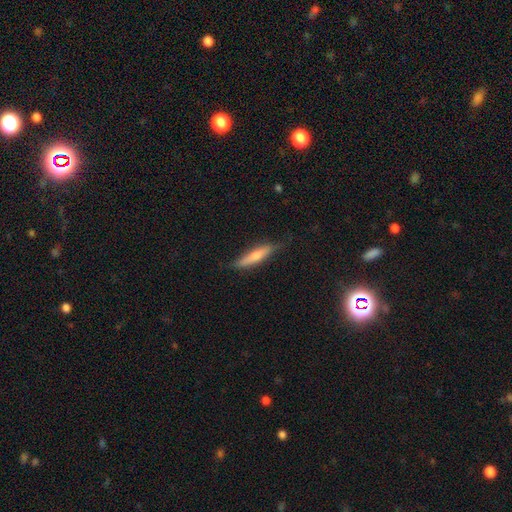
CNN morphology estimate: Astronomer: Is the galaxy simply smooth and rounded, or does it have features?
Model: smooth — 55% (runner-up: featured or disk, 38%).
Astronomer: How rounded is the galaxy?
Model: cigar-shaped — 85%.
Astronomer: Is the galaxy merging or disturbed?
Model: none — 78%.